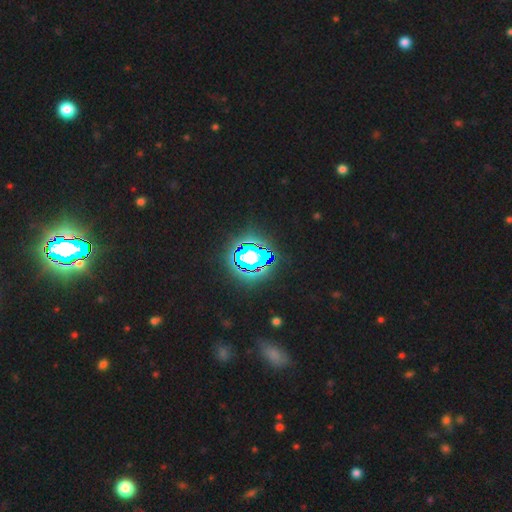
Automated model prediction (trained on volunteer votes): A star or artifact, not a galaxy (83%).